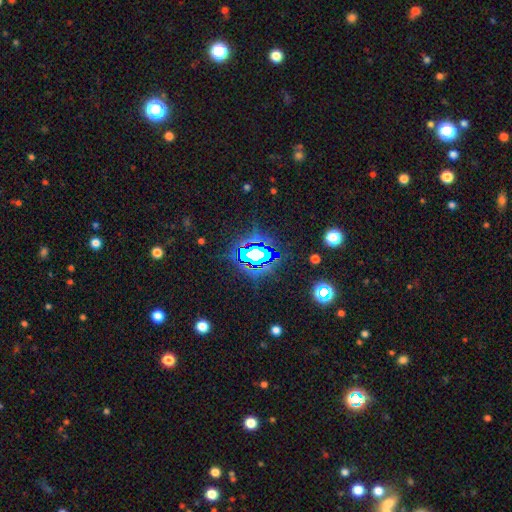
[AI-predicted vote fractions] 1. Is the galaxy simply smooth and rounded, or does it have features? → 72% star or artifact, 16% smooth, 12% featured or disk.